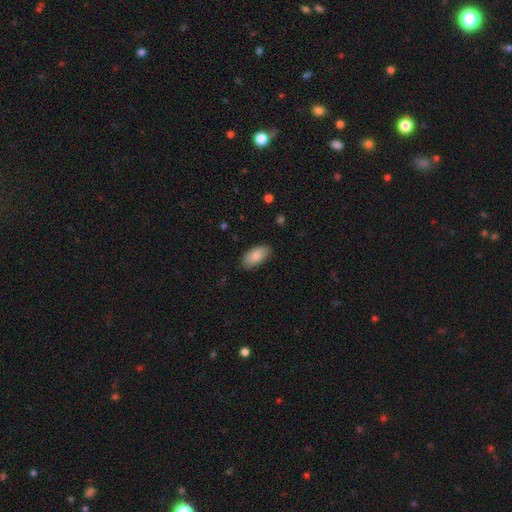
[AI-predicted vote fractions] Smooth or featured: smooth — 85% (featured or disk — 9%)
How rounded: in between — 94% (cigar-shaped — 4%)
Merging: none — 83% (minor disturbance — 13%)